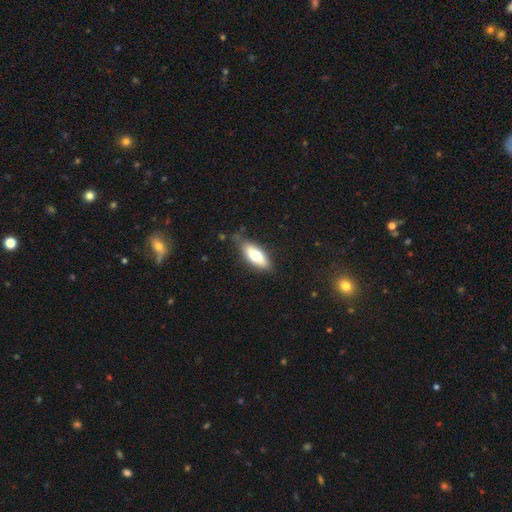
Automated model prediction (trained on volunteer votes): Smooth or featured: smooth — 70% (featured or disk — 24%)
How rounded: in between — 75% (cigar-shaped — 22%)
Merging: none — 74% (minor disturbance — 20%)